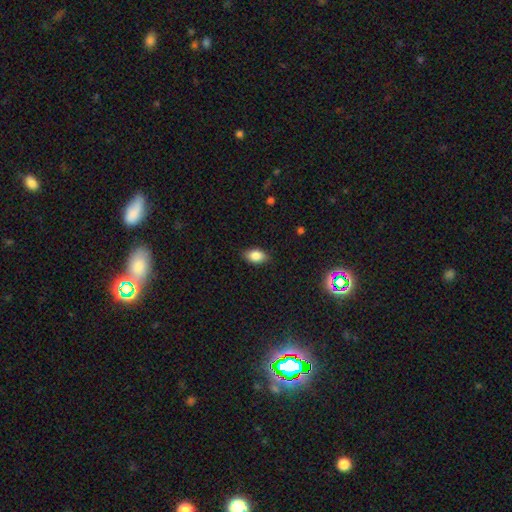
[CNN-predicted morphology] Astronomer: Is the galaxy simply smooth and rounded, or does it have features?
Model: smooth — 84%.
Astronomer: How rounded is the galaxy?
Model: in between — 88%.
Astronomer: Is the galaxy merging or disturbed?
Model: none — 85%.